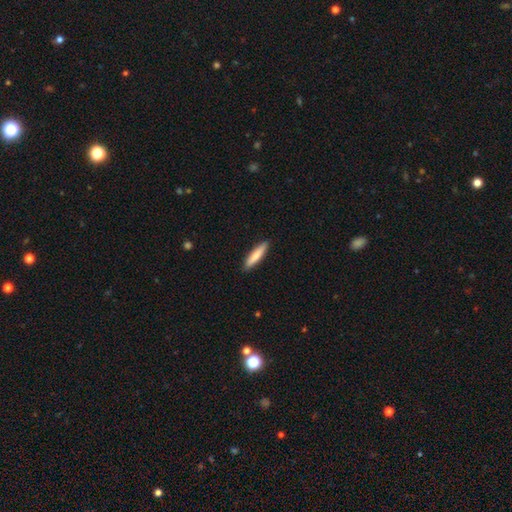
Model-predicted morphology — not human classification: Smooth or featured?
  - smooth: 78% *
  - featured or disk: 17%
  - star or artifact: 5%
How rounded?
  - cigar-shaped: 83% *
  - in between: 15%
  - round: 1%
Merging?
  - none: 90% *
  - minor disturbance: 8%
  - major disturbance: 2%
  - merger: 1%